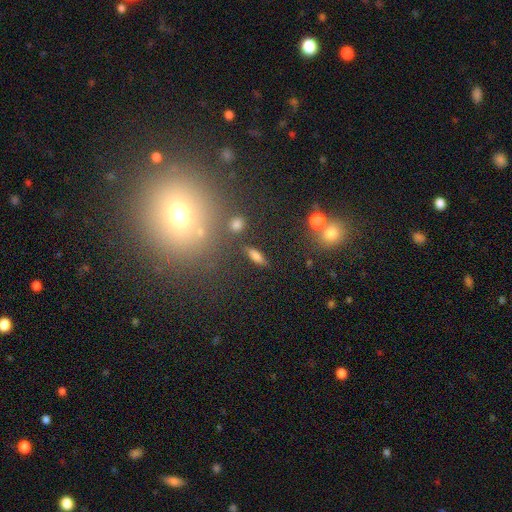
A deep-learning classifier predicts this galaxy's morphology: smooth-or-featured: smooth: 72% | featured or disk: 16% | star or artifact: 12%
  how-rounded: in between: 54% | cigar-shaped: 41% | round: 5%
  merging: none: 81% | minor disturbance: 11% | major disturbance: 4% | merger: 4%